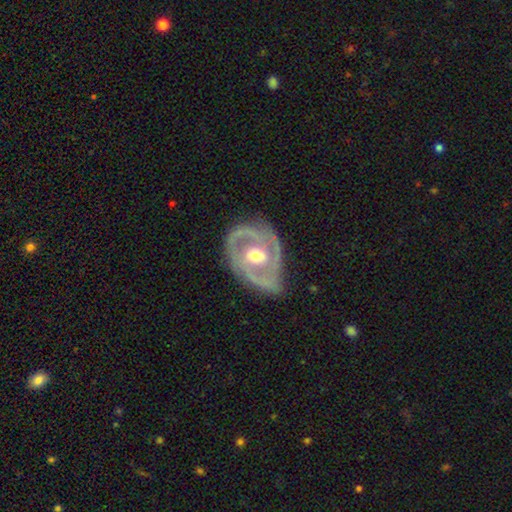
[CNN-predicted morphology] A featured or disk galaxy (84%) with no bar (53%), 2 (63%) tight (48%) spiral arms (80%) and a moderate central bulge (75%). Merging: none (72%).